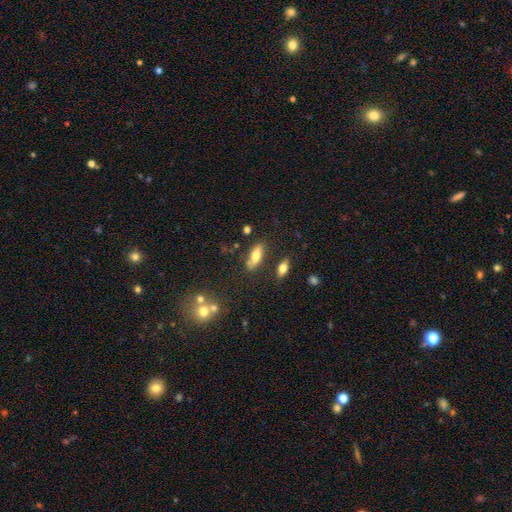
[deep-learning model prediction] Smooth or featured? Predicted: smooth (p=0.69). How rounded? Predicted: in between (p=0.72). Merging? Predicted: none (p=0.72).